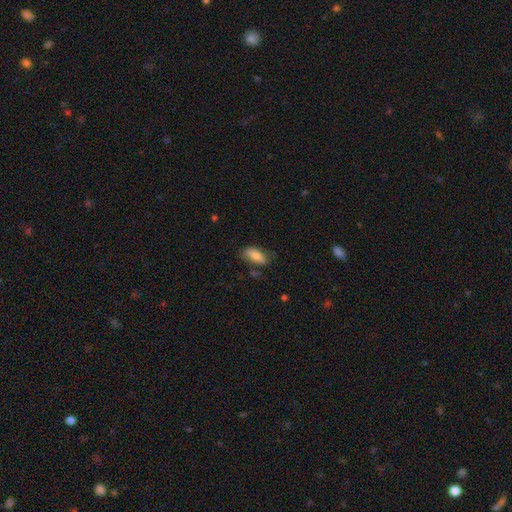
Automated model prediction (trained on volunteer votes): Smooth or featured: smooth — 75% (featured or disk — 18%)
How rounded: in between — 78% (cigar-shaped — 19%)
Merging: none — 67% (minor disturbance — 23%)